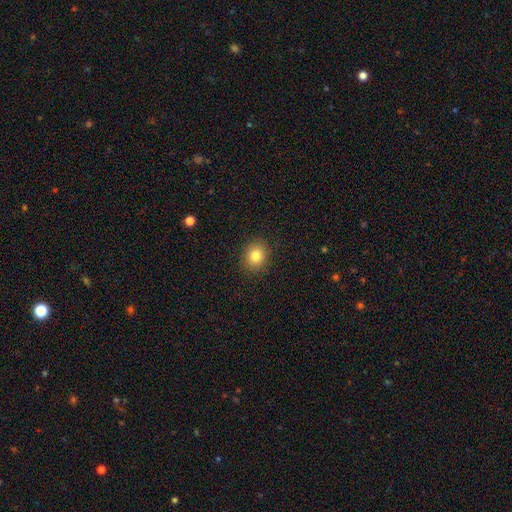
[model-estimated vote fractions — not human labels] Morphology: type=smooth (82%); roundness=round (66%); merging=none (89%).